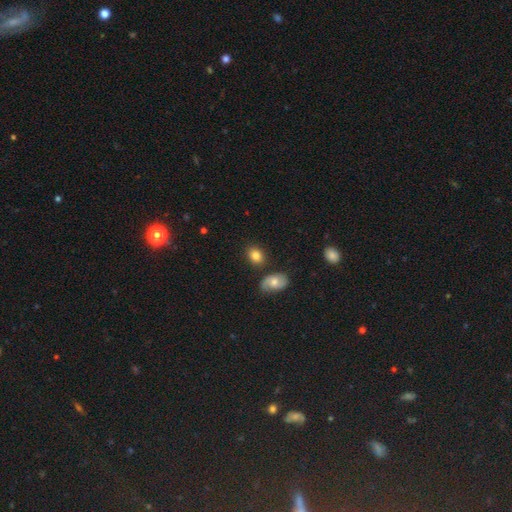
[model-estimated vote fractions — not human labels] smooth_or_featured: smooth (p=0.81) [alt: featured or disk p=0.10]
how_rounded: in between (p=0.58) [alt: round p=0.41]
merging: none (p=0.78) [alt: minor disturbance p=0.11]